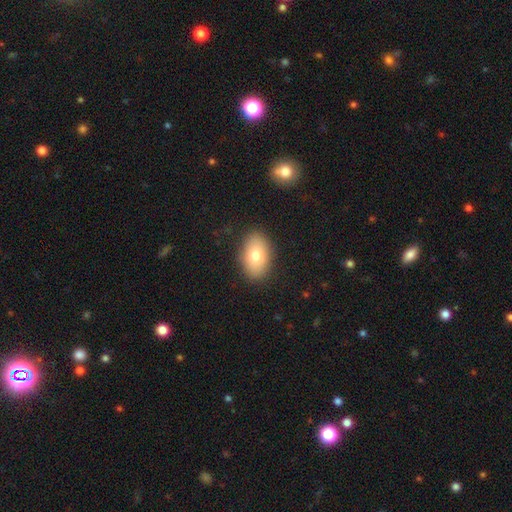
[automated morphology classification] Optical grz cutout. It shows a smooth galaxy with no disk features (77%) that is in between round and cigar-shaped (90%). Merging: none (87%).